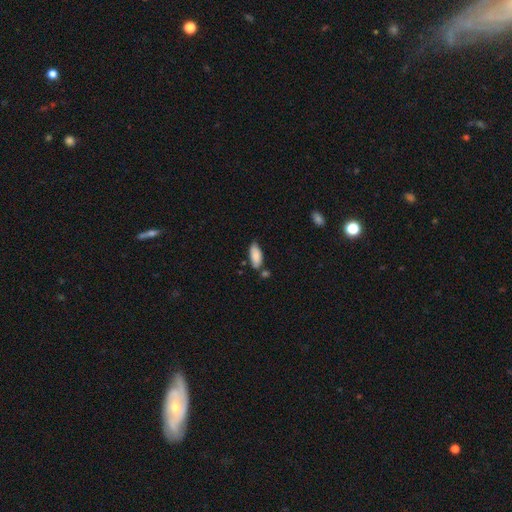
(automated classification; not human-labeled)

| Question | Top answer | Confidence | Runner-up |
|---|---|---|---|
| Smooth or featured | smooth | 84% | featured or disk (10%) |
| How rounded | in between | 86% | cigar-shaped (13%) |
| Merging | none | 63% | minor disturbance (22%) |